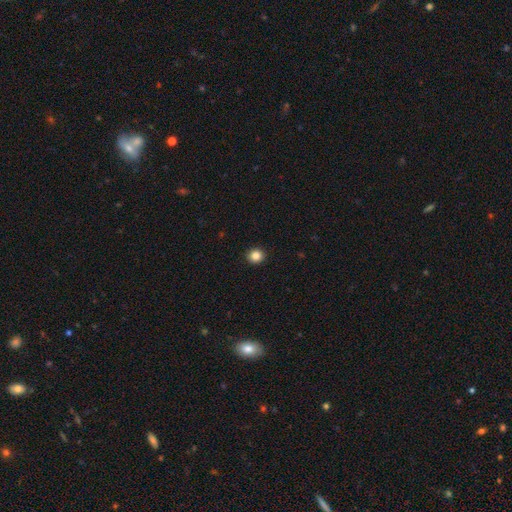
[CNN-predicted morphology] type=smooth (85%); roundness=round (85%); merging=none (93%).